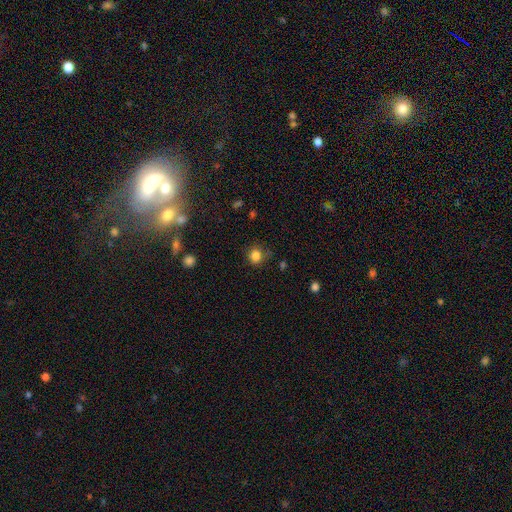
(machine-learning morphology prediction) A smooth galaxy with no disk features (84%) that is round (79%). Merging: none (76%).